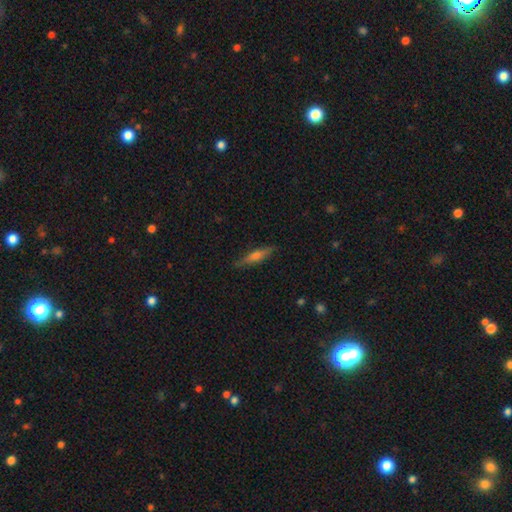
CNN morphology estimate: Smooth or featured? featured or disk (47%)
Merging? none (87%)